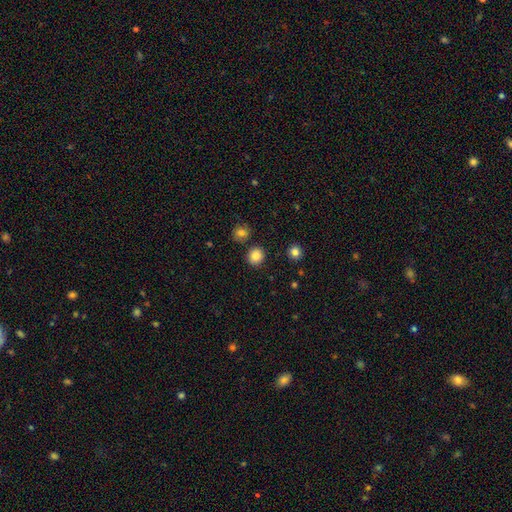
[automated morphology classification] Smooth or featured: smooth — 86% (star or artifact — 11%)
How rounded: round — 87% (in between — 12%)
Merging: none — 86% (minor disturbance — 7%)